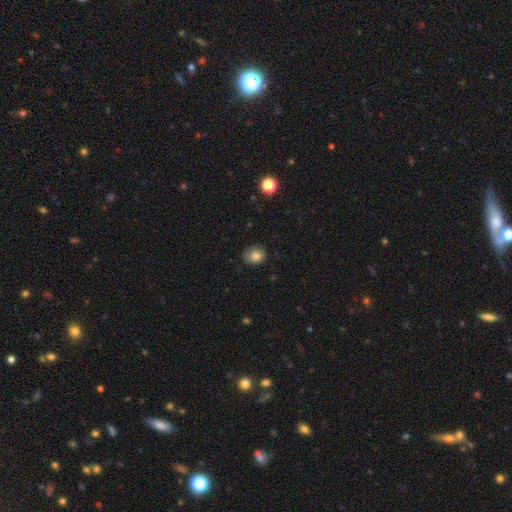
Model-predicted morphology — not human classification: A smooth galaxy with no disk features (81%) that is round (52%). Merging: none (77%).